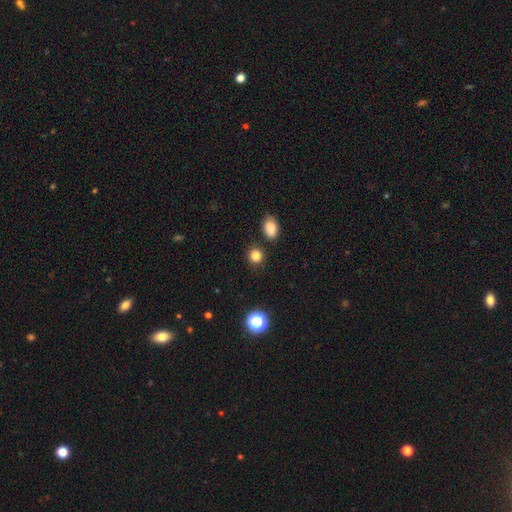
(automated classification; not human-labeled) Smooth or featured?
  - smooth: 83% *
  - star or artifact: 13%
  - featured or disk: 4%
How rounded?
  - round: 85% *
  - in between: 14%
  - cigar-shaped: 1%
Merging?
  - none: 86% *
  - minor disturbance: 7%
  - merger: 5%
  - major disturbance: 2%